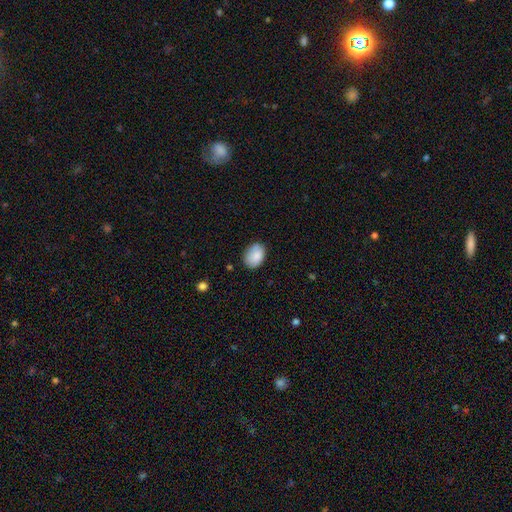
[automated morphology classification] The model was most divided on "merging": none: 78%, minor disturbance: 18%, major disturbance: 3%, merger: 2%. More confident: smooth or featured — smooth (87%); how rounded — in between (81%).